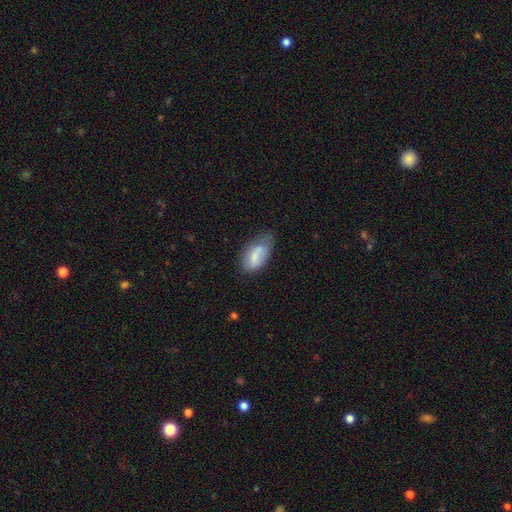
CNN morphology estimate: Q: Smooth or featured?
A: smooth (69%); runner-up: featured or disk (23%)
Q: How rounded?
A: in between (91%); runner-up: cigar-shaped (5%)
Q: Merging?
A: none (38%); tied with: minor disturbance (38%)